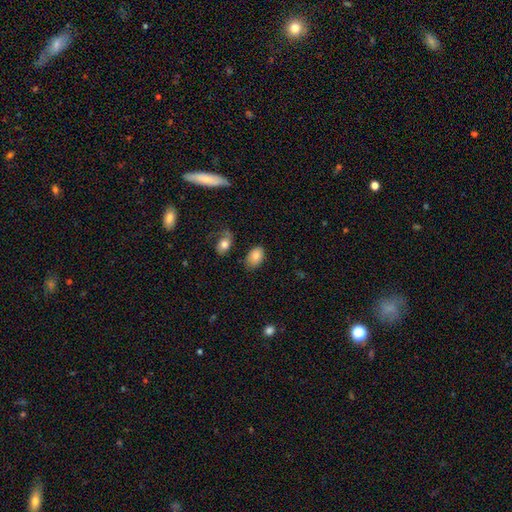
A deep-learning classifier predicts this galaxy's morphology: smooth 81%, featured or disk 12%, star or artifact 8%. Down the decision tree: how rounded — in between (87%); merging — none (76%).